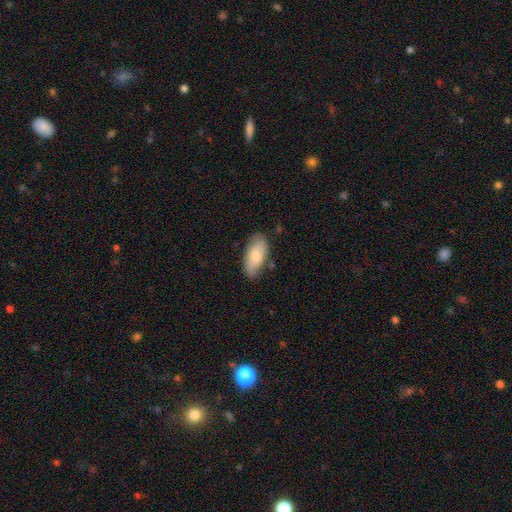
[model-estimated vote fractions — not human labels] Smooth or featured? Predicted: smooth (p=0.73). How rounded? Predicted: in between (p=0.89). Merging? Predicted: none (p=0.75).